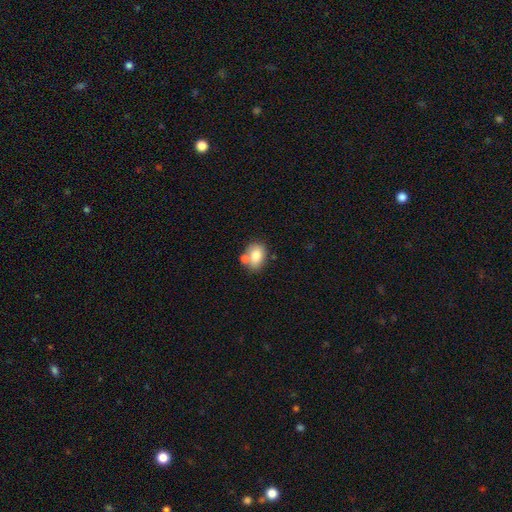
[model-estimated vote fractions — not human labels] Smooth or featured?
  - smooth: 78% *
  - featured or disk: 14%
  - star or artifact: 8%
How rounded?
  - in between: 69% *
  - round: 30%
  - cigar-shaped: 1%
Merging?
  - none: 56% *
  - merger: 25%
  - minor disturbance: 15%
  - major disturbance: 4%